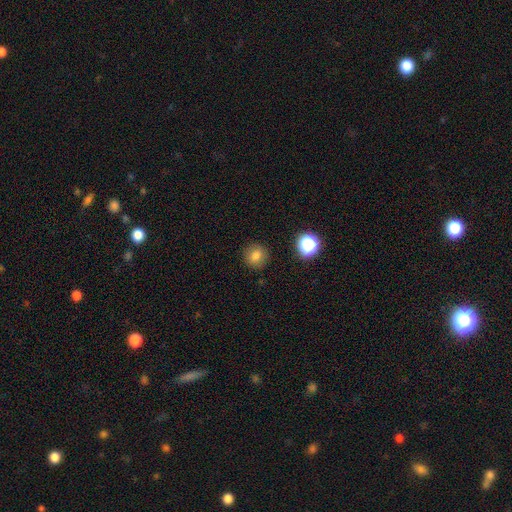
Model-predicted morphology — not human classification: Q: Smooth or featured?
A: smooth (79%); runner-up: star or artifact (14%)
Q: How rounded?
A: round (90%); runner-up: in between (9%)
Q: Merging?
A: none (89%); runner-up: minor disturbance (7%)